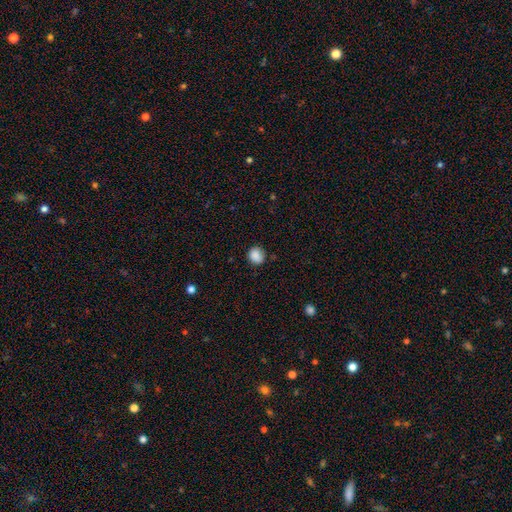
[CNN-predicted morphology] This appears to be a smooth galaxy with no disk features (88%) that is round (76%). Merging: none (82%).